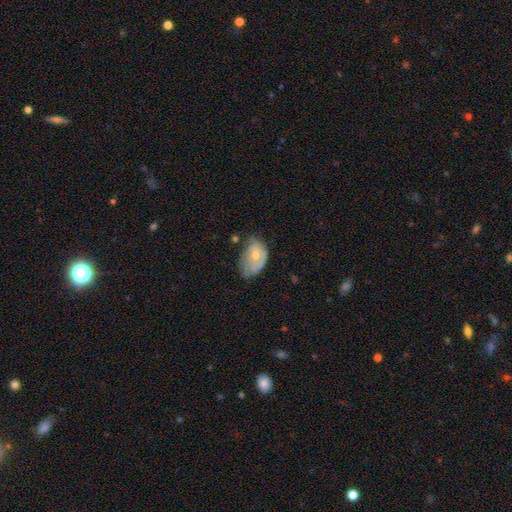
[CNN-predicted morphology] Q: Smooth or featured?
A: featured or disk (51%); runner-up: smooth (42%)
Q: Edge-on disk?
A: no (96%); runner-up: yes (4%)
Q: Merging?
A: minor disturbance (40%); runner-up: none (36%)